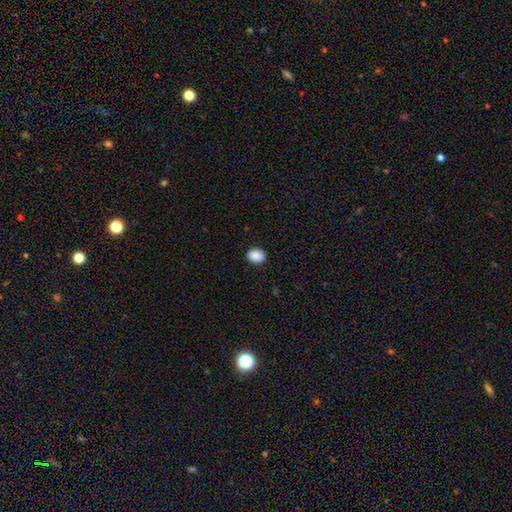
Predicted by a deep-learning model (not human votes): smooth 90%, star or artifact 8%, featured or disk 2%. Down the decision tree: how rounded — in between (57%); merging — none (90%).